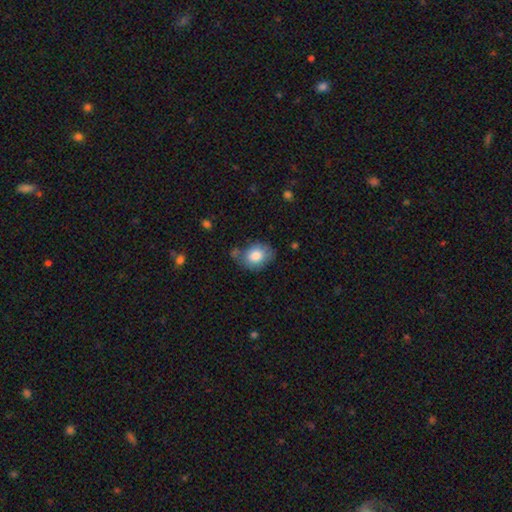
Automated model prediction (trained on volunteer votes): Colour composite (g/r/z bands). It shows a smooth galaxy with no disk features (81%) that is in between round and cigar-shaped (64%). Merging: none (64%).